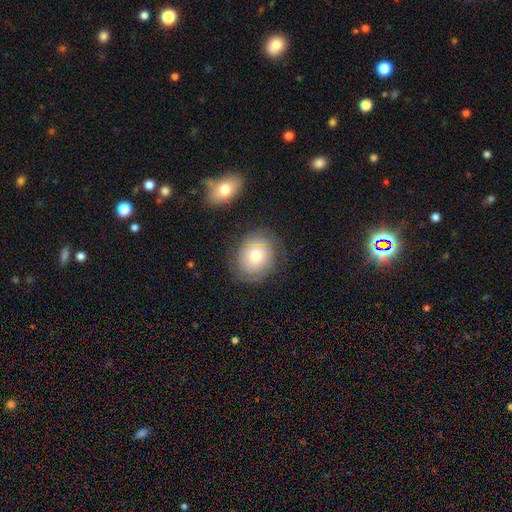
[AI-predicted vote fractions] smooth-or-featured: featured or disk: 47% | smooth: 44% | star or artifact: 9%
  merging: none: 76% | minor disturbance: 15% | major disturbance: 6% | merger: 3%